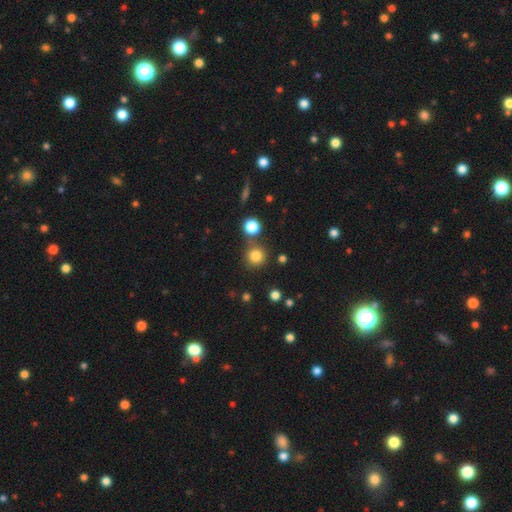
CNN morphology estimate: smooth 82%, star or artifact 13%, featured or disk 5%. Down the decision tree: how rounded — round (93%); merging — none (76%).